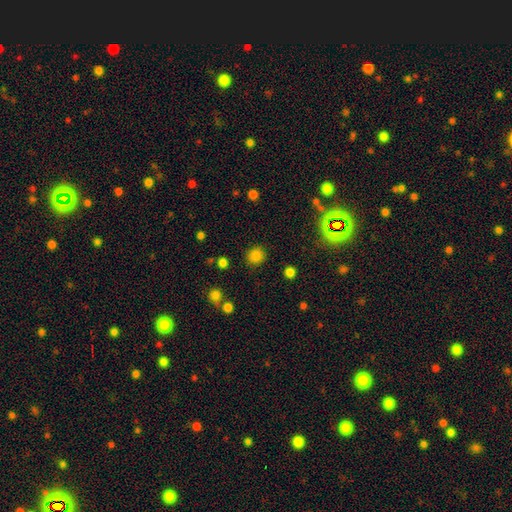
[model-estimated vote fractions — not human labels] Overall: smooth (82%). How rounded: round (89%). Merging: none (88%).